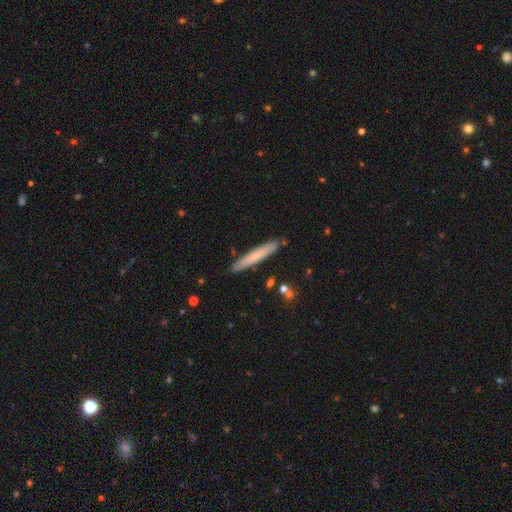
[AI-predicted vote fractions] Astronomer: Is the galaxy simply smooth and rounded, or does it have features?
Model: smooth — 64%.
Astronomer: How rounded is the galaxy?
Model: cigar-shaped — 95%.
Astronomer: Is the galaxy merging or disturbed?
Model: none — 87%.